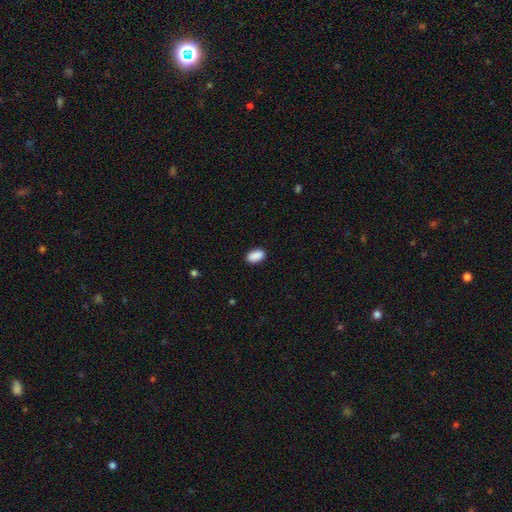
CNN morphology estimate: A smooth galaxy with no disk features (90%) that is in between round and cigar-shaped (92%).

Vote fractions:
- Smooth or featured? smooth: 90% / star or artifact: 7% / featured or disk: 3%
- How rounded? in between: 92% / round: 5% / cigar-shaped: 2%
- Merging? none: 88% / minor disturbance: 9% / major disturbance: 2% / merger: 1%